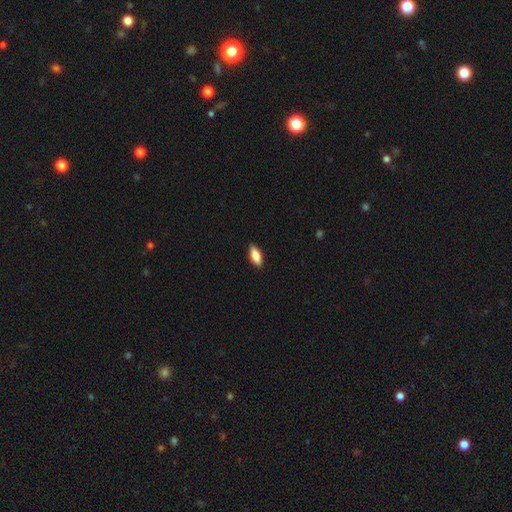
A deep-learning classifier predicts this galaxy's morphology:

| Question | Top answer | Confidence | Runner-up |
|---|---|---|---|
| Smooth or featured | smooth | 86% | featured or disk (8%) |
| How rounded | in between | 79% | cigar-shaped (19%) |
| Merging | none | 89% | minor disturbance (9%) |